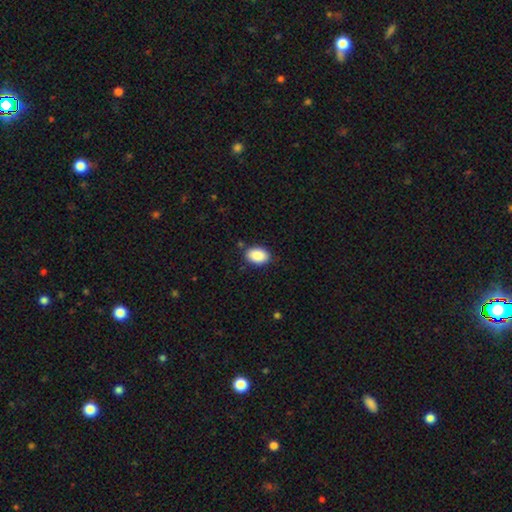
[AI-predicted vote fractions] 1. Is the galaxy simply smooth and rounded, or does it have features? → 89% smooth, 7% star or artifact, 4% featured or disk.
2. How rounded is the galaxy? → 88% in between, 11% round, 1% cigar-shaped.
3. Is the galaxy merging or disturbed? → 85% none, 11% minor disturbance, 2% major disturbance, 2% merger.